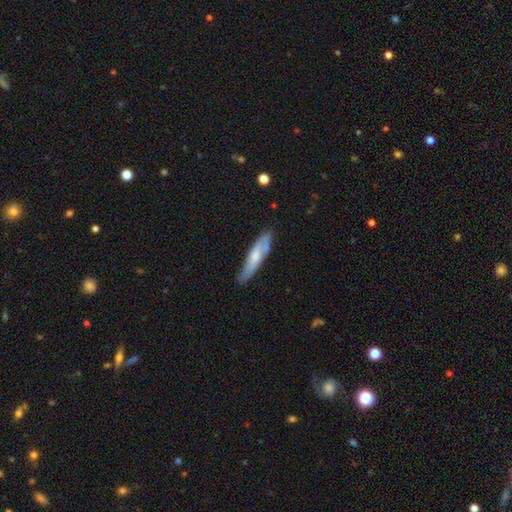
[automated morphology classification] A featured or disk galaxy (50%).

Vote fractions:
- Smooth or featured? featured or disk: 50% / smooth: 44% / star or artifact: 6%
- Merging? none: 69% / minor disturbance: 23% / major disturbance: 6% / merger: 3%